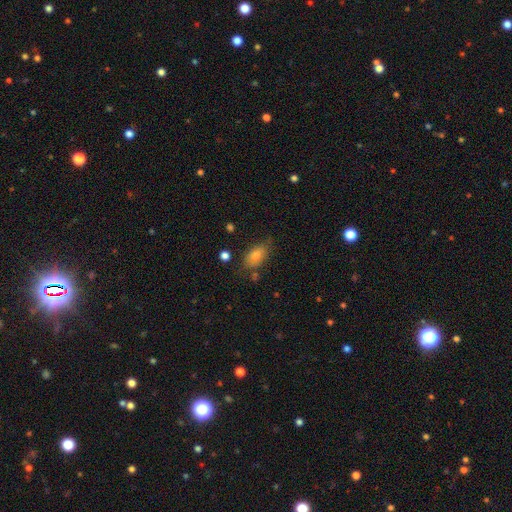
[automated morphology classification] This appears to be a smooth galaxy with no disk features (81%) that is in between round and cigar-shaped (88%). Merging: none (64%).